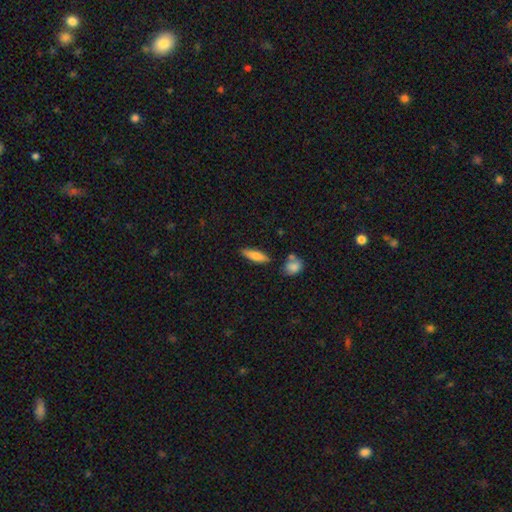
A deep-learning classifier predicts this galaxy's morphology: A smooth galaxy with no disk features (76%) that is cigar-shaped (55%). Merging: none (78%).